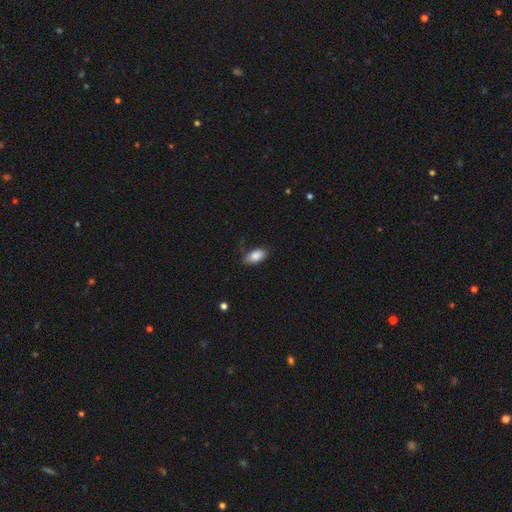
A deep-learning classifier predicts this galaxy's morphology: The model was most divided on "merging": none: 72%, minor disturbance: 21%, major disturbance: 5%, merger: 2%. More confident: how rounded — in between (92%); smooth or featured — smooth (85%).